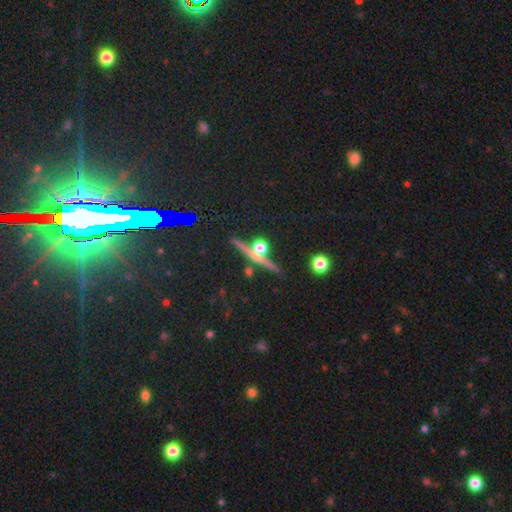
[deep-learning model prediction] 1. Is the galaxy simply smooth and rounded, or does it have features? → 45% featured or disk, 30% star or artifact, 25% smooth.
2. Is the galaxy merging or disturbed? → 79% none, 9% minor disturbance, 8% merger, 4% major disturbance.